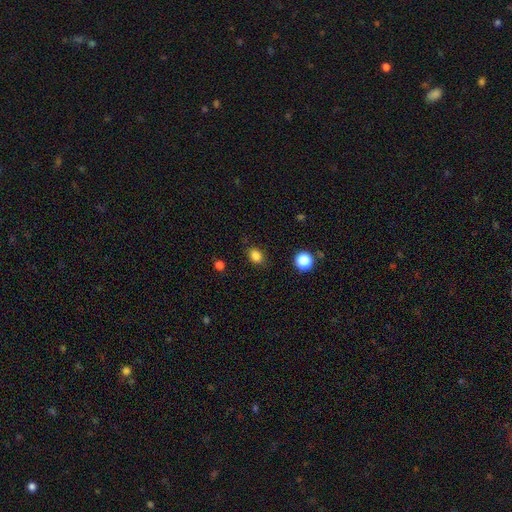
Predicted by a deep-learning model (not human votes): Smooth or featured: smooth — 84% (star or artifact — 12%)
How rounded: round — 51% (in between — 48%)
Merging: none — 85% (minor disturbance — 11%)